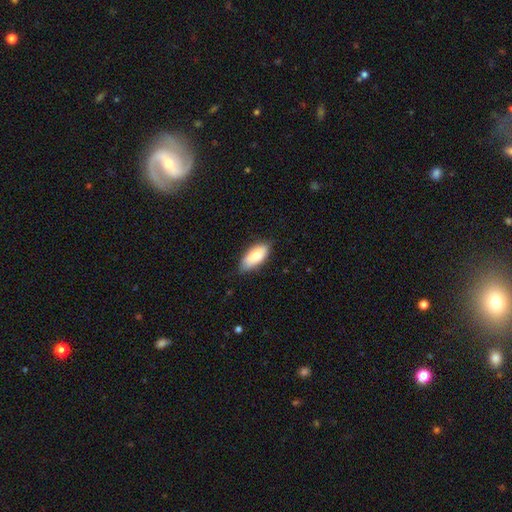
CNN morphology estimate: Q: Smooth or featured?
A: smooth (81%); runner-up: featured or disk (13%)
Q: How rounded?
A: in between (86%); runner-up: cigar-shaped (12%)
Q: Merging?
A: none (79%); runner-up: minor disturbance (18%)